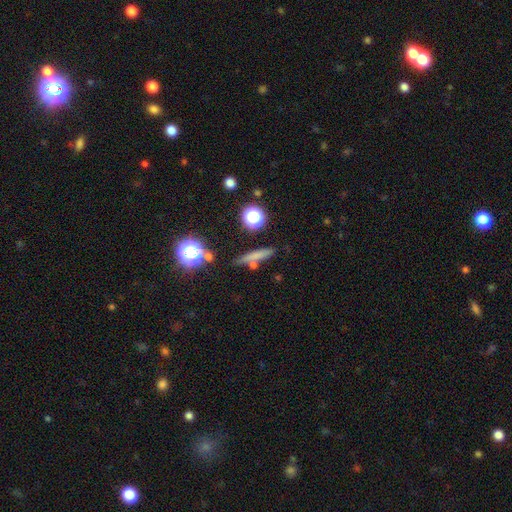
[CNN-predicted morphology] Smooth or featured?
  - smooth: 64% *
  - featured or disk: 21%
  - star or artifact: 15%
How rounded?
  - cigar-shaped: 80% *
  - in between: 10%
  - round: 10%
Merging?
  - none: 76% *
  - minor disturbance: 12%
  - merger: 8%
  - major disturbance: 4%